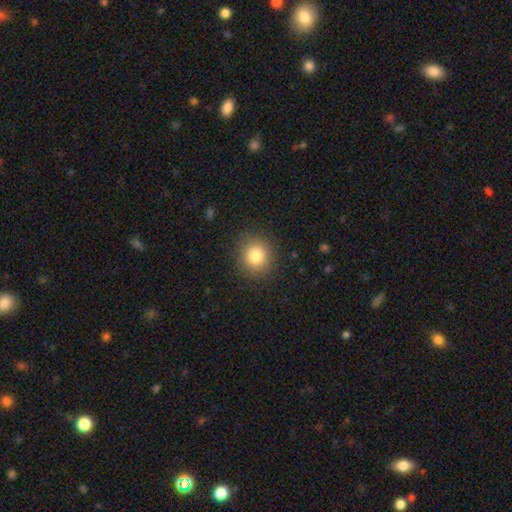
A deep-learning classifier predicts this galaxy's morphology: Smooth or featured: smooth — 82% (star or artifact — 11%)
How rounded: round — 87% (in between — 12%)
Merging: none — 88% (minor disturbance — 8%)